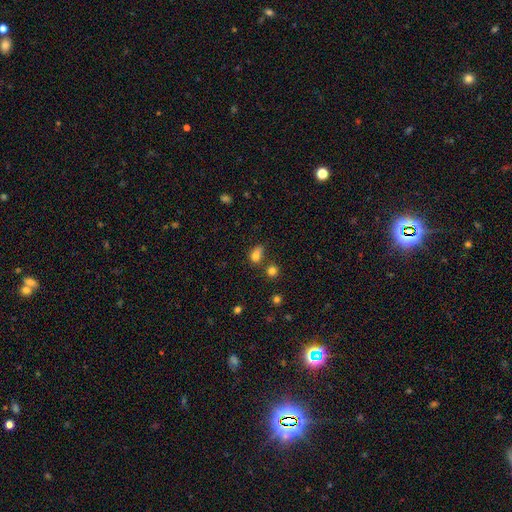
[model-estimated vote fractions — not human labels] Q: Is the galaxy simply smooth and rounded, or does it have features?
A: smooth — 77%.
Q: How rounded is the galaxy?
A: in between — 63%.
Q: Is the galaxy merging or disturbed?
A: none — 47%.